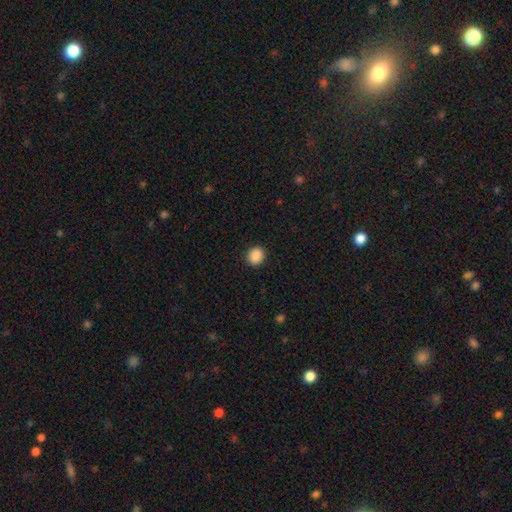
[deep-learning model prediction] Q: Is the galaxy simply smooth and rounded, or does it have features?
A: smooth — 89%.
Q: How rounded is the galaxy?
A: round — 71%.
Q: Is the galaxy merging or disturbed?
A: none — 91%.